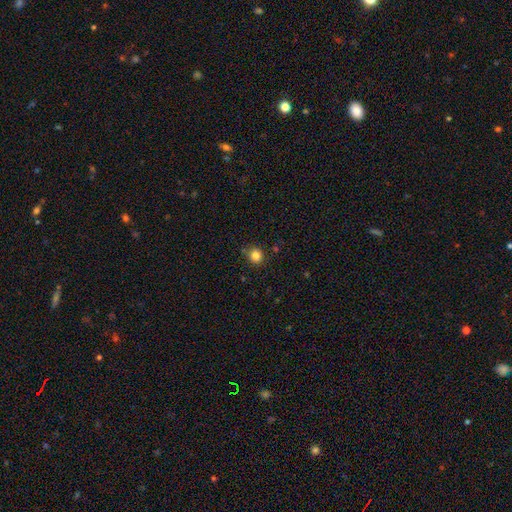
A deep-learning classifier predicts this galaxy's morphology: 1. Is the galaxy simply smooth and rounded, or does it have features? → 83% smooth, 12% star or artifact, 5% featured or disk.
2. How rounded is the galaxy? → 93% round, 7% in between, 1% cigar-shaped.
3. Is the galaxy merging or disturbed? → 86% none, 8% minor disturbance, 4% merger, 2% major disturbance.